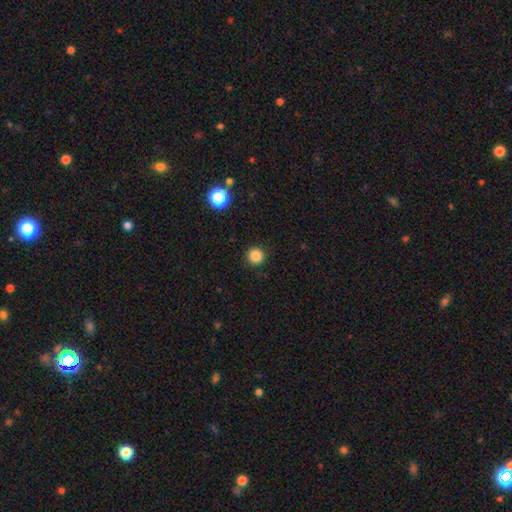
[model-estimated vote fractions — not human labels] Smooth or featured: smooth — 85% (star or artifact — 12%)
How rounded: round — 96% (in between — 3%)
Merging: none — 92% (minor disturbance — 5%)